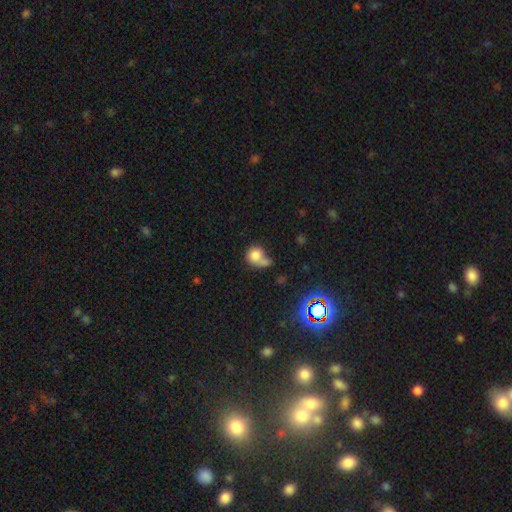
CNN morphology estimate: Smooth or featured: smooth — 75% (featured or disk — 13%)
How rounded: round — 72% (in between — 26%)
Merging: merger — 35% (none — 31%)